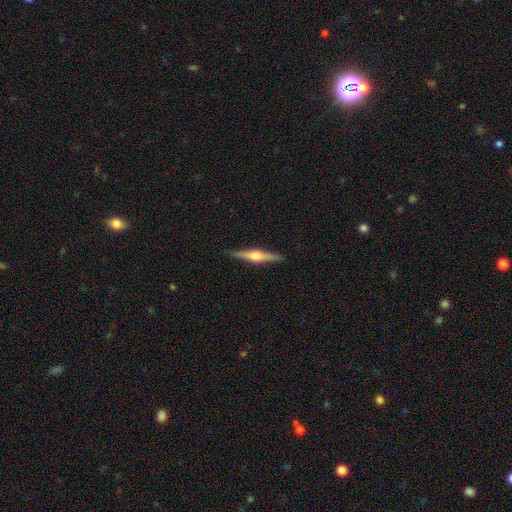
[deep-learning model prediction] Overall: featured or disk (70%). Edge-on disk: yes (98%). Edge-on bulge: rounded (90%). Merging: none (90%).